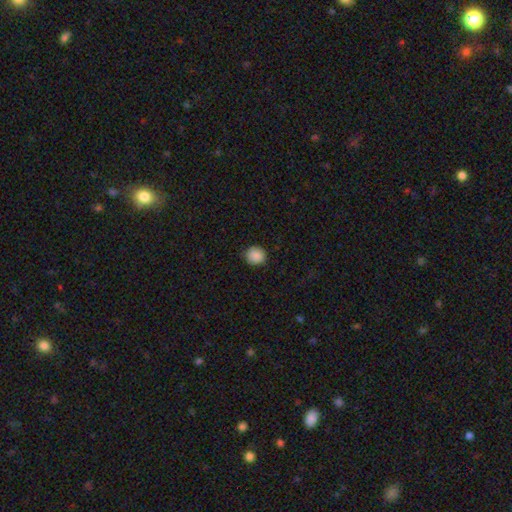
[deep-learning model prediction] Smooth or featured: smooth — 89% (star or artifact — 9%)
How rounded: round — 87% (in between — 12%)
Merging: none — 88% (minor disturbance — 9%)